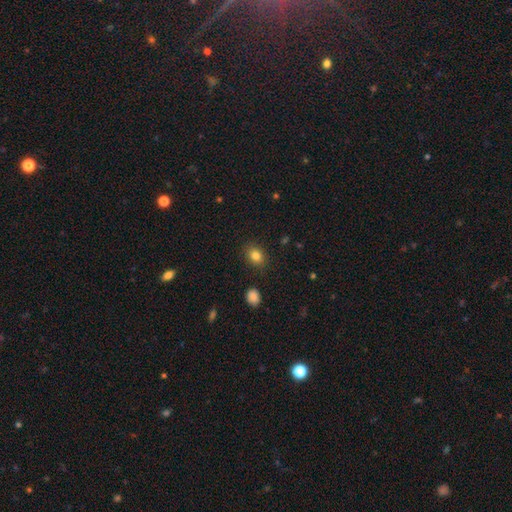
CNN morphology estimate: A smooth galaxy with no disk features (83%) that is in between round and cigar-shaped (57%). Merging: none (86%).